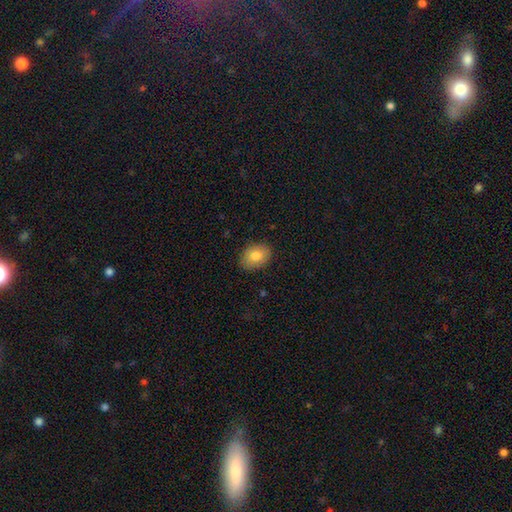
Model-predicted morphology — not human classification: smooth_or_featured: smooth (p=0.80) [alt: featured or disk p=0.12]
how_rounded: in between (p=0.73) [alt: round p=0.26]
merging: none (p=0.86) [alt: minor disturbance p=0.11]